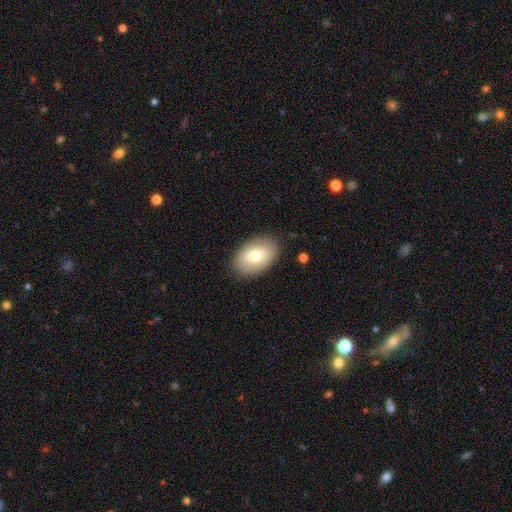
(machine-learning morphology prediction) smooth 73%, featured or disk 20%, star or artifact 7%. Down the decision tree: how rounded — in between (87%); merging — none (85%).